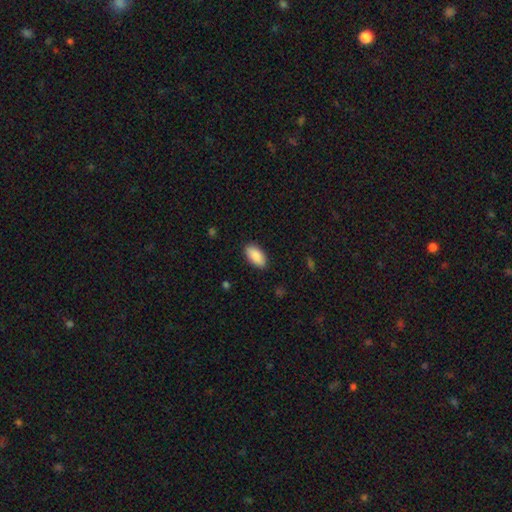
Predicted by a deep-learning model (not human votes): The model was most divided on "merging": none: 88%, minor disturbance: 9%, major disturbance: 2%, merger: 1%. More confident: how rounded — in between (93%); smooth or featured — smooth (89%).